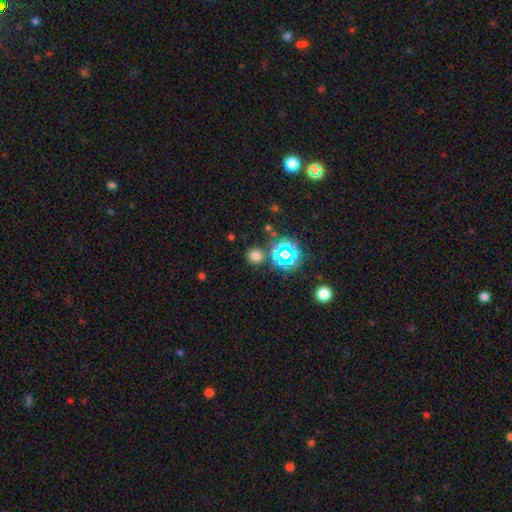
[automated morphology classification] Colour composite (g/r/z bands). It shows a smooth galaxy with no disk features (68%) that is round (91%). Merging: none (85%).